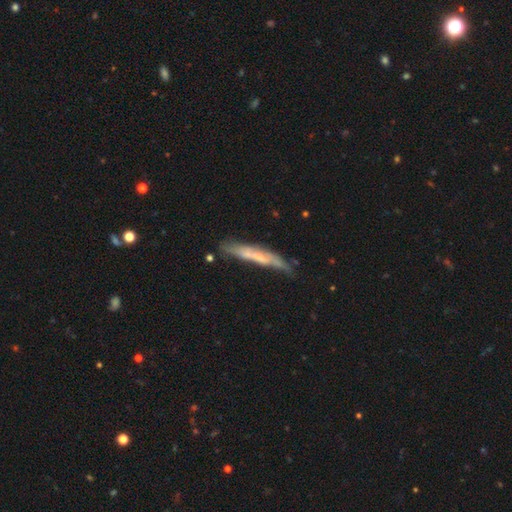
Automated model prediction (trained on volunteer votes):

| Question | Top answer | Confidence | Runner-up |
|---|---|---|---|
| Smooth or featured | smooth | 47% | featured or disk (46%) |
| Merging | none | 58% | minor disturbance (28%) |